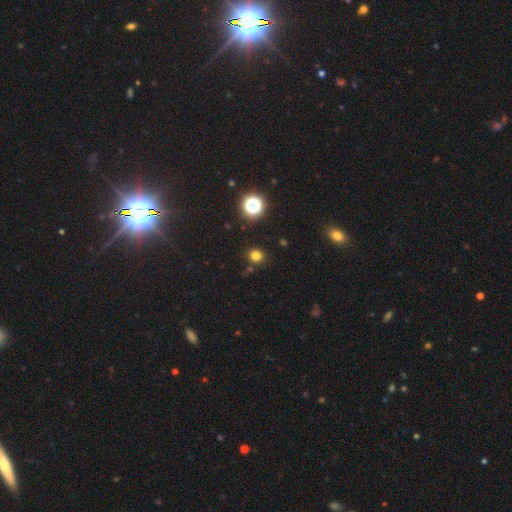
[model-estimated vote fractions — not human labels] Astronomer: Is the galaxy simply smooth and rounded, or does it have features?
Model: smooth — 78%.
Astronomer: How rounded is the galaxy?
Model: round — 86%.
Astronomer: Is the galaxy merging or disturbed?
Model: none — 88%.